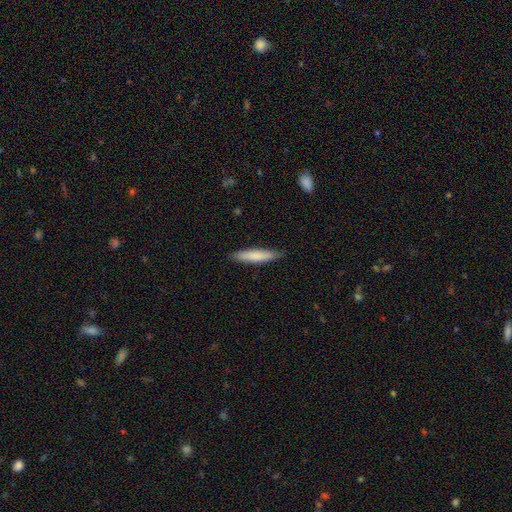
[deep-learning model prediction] Q: Smooth or featured?
A: smooth (76%); runner-up: featured or disk (18%)
Q: How rounded?
A: cigar-shaped (90%); runner-up: in between (9%)
Q: Merging?
A: none (87%); runner-up: minor disturbance (10%)